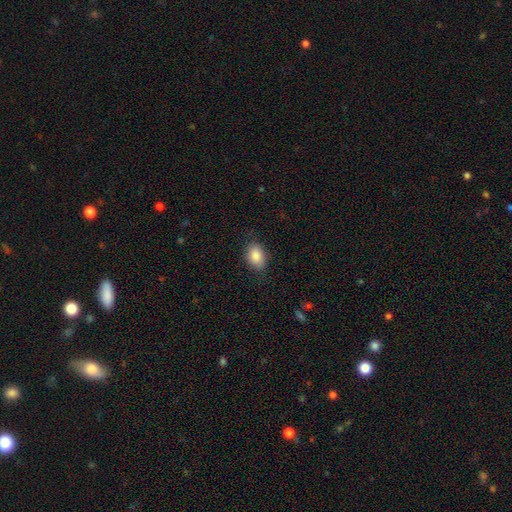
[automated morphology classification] A smooth galaxy with no disk features (87%) that is in between round and cigar-shaped (78%). Merging: none (83%).